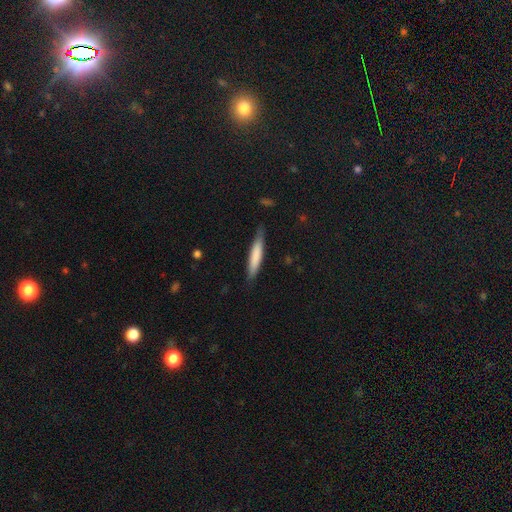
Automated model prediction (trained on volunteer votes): This is likely a smooth galaxy (75%). How rounded: clearly cigar-shaped (90%). Merging: likely none (80%).